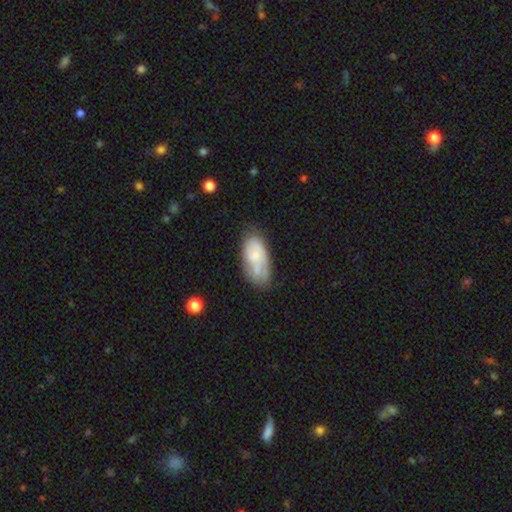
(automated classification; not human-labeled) Smooth or featured? Predicted: smooth (p=0.60). How rounded? Predicted: in between (p=0.92). Merging? Predicted: none (p=0.50).